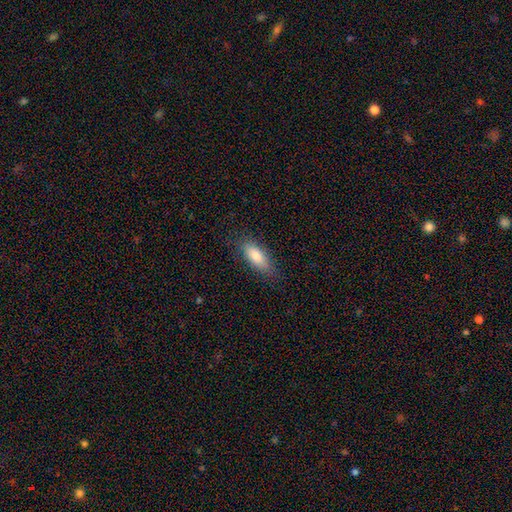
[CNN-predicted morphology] Q: Smooth or featured?
A: smooth (80%); runner-up: featured or disk (13%)
Q: How rounded?
A: in between (77%); runner-up: cigar-shaped (21%)
Q: Merging?
A: none (80%); runner-up: minor disturbance (15%)